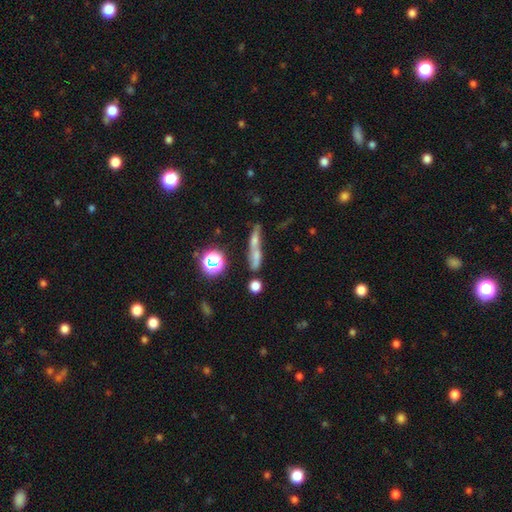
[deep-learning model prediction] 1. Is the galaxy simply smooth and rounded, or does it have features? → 52% smooth, 27% featured or disk, 21% star or artifact.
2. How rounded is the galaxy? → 56% cigar-shaped, 26% in between, 18% round.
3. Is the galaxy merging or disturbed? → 38% merger, 37% none, 13% minor disturbance, 11% major disturbance.